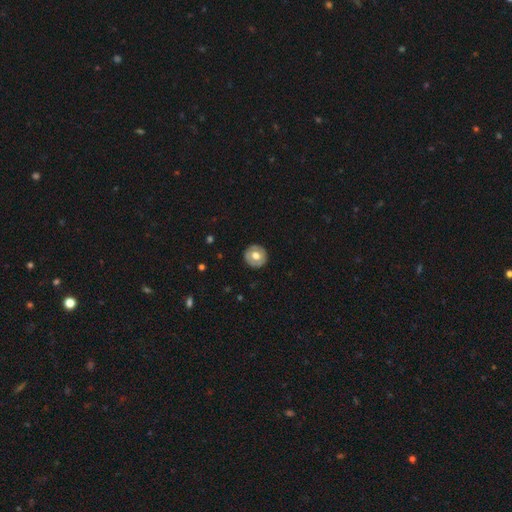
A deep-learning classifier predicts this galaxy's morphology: Q: Smooth or featured?
A: smooth (56%); runner-up: featured or disk (37%)
Q: How rounded?
A: round (92%); runner-up: in between (7%)
Q: Merging?
A: none (88%); runner-up: minor disturbance (9%)